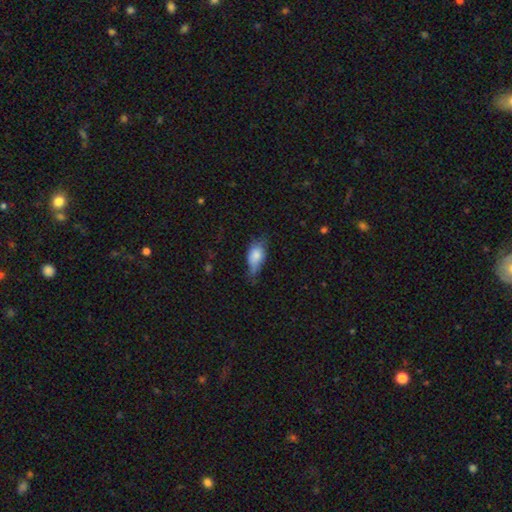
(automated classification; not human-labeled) Smooth or featured? Predicted: smooth (p=0.75). How rounded? Predicted: in between (p=0.86). Merging? Predicted: minor disturbance (p=0.43).